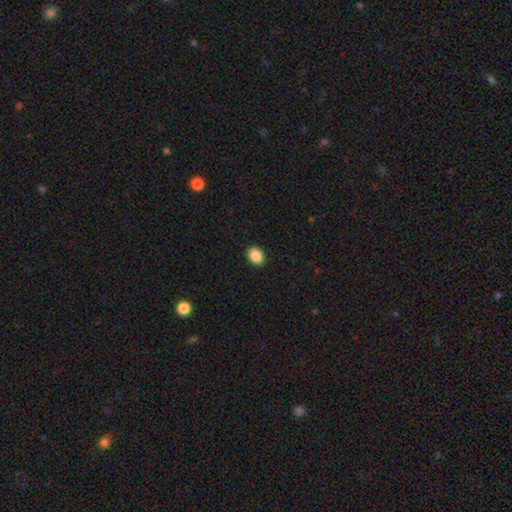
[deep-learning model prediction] Q: Smooth or featured?
A: smooth (89%); runner-up: star or artifact (8%)
Q: How rounded?
A: in between (70%); runner-up: round (29%)
Q: Merging?
A: none (91%); runner-up: minor disturbance (7%)